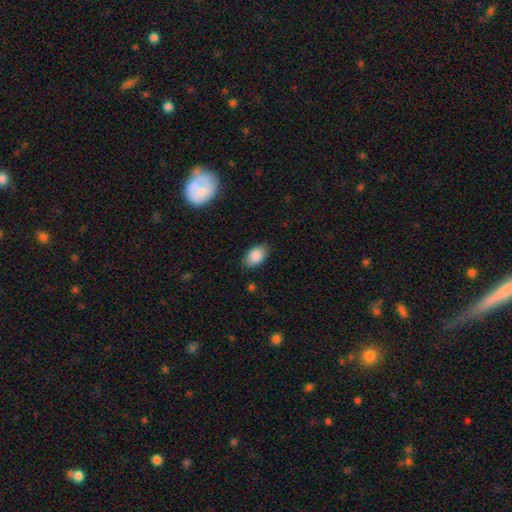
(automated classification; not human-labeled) A smooth galaxy with no disk features (88%) that is in between round and cigar-shaped (90%).

Vote fractions:
- Smooth or featured? smooth: 88% / star or artifact: 7% / featured or disk: 5%
- How rounded? in between: 90% / round: 9% / cigar-shaped: 1%
- Merging? none: 82% / minor disturbance: 14% / major disturbance: 3% / merger: 1%